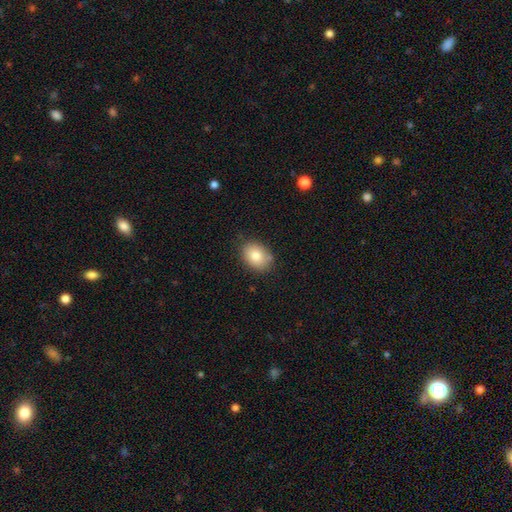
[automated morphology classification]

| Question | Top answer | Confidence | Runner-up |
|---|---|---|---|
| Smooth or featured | smooth | 82% | featured or disk (10%) |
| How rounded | in between | 67% | round (32%) |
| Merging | none | 80% | minor disturbance (15%) |